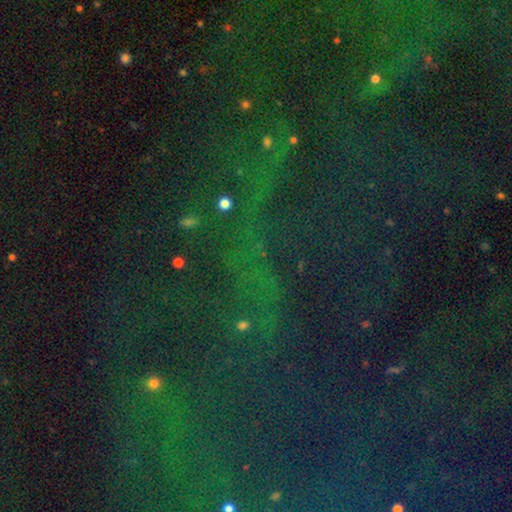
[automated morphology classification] Smooth or featured? star or artifact (84%)